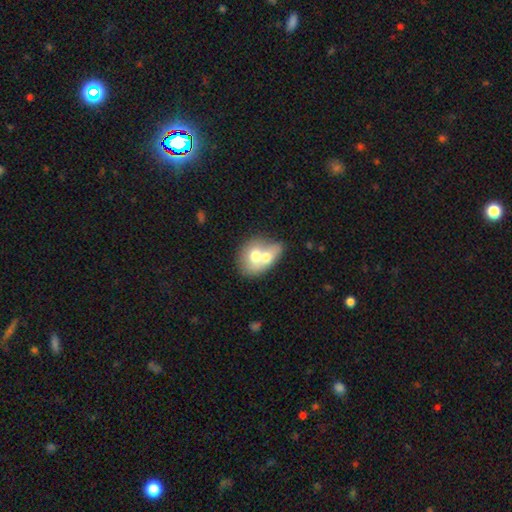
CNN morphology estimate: This appears to be a smooth galaxy with no disk features (62%) that is in between round and cigar-shaped (58%). Merging: merger (71%).